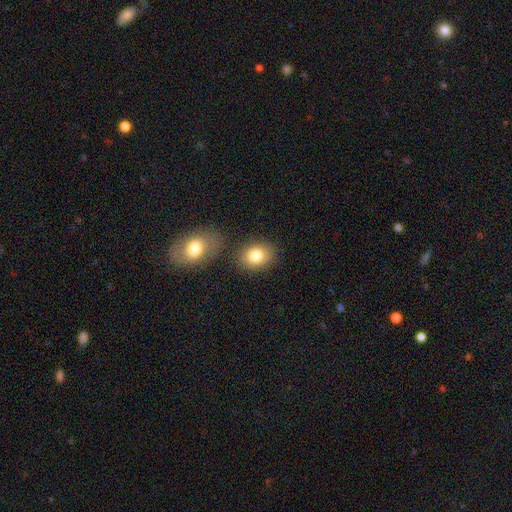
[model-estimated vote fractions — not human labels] Smooth or featured: smooth — 81% (featured or disk — 10%)
How rounded: in between — 62% (round — 37%)
Merging: none — 76% (minor disturbance — 11%)